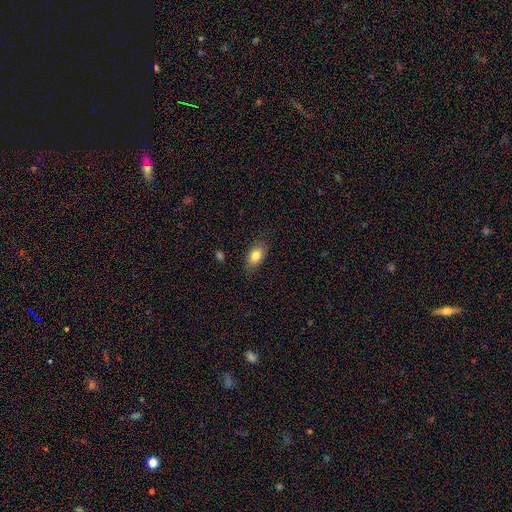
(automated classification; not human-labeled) A smooth galaxy with no disk features (81%) that is in between round and cigar-shaped (87%). Merging: none (82%).